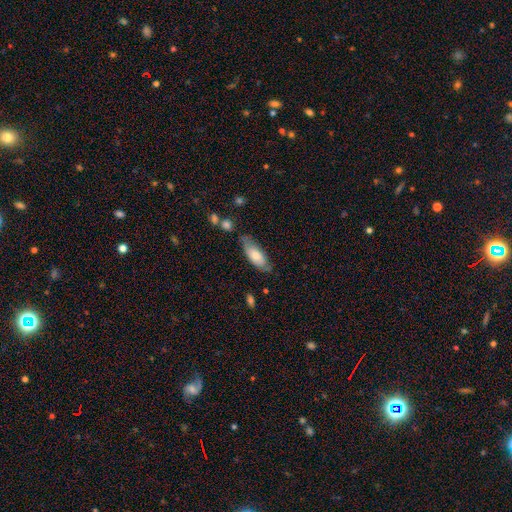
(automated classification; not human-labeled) Morphology: type=smooth (71%); roundness=in between (75%); merging=none (60%).